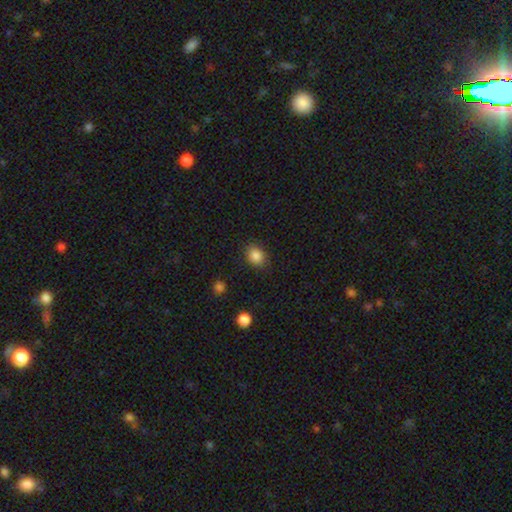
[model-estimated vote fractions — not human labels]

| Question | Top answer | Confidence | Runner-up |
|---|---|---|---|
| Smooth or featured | smooth | 86% | star or artifact (10%) |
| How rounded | in between | 50% | round (49%) |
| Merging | none | 85% | minor disturbance (11%) |